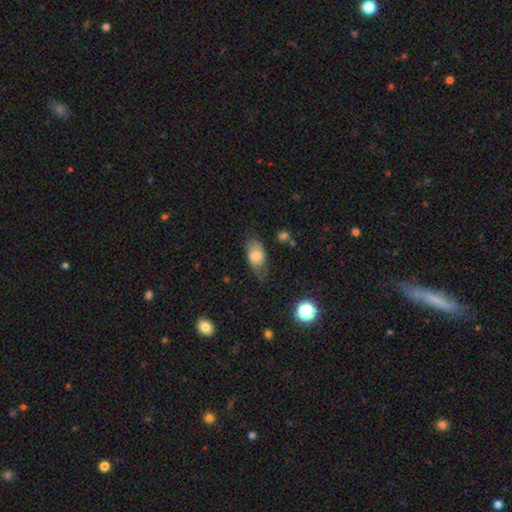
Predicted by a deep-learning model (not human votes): Q: Smooth or featured?
A: smooth (71%); runner-up: featured or disk (21%)
Q: How rounded?
A: in between (90%); runner-up: round (6%)
Q: Merging?
A: none (56%); runner-up: minor disturbance (30%)